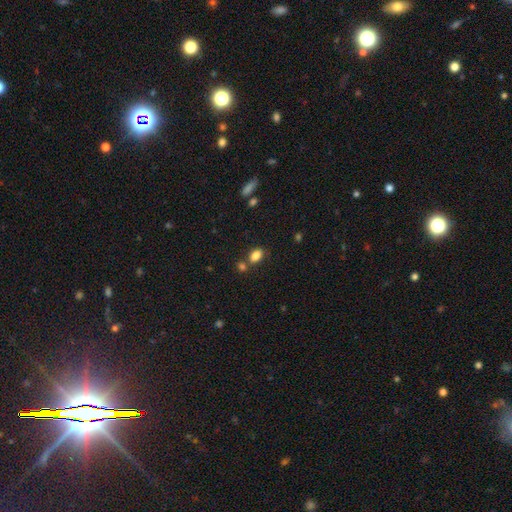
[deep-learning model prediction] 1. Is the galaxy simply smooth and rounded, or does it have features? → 84% smooth, 10% star or artifact, 6% featured or disk.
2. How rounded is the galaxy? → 83% in between, 15% round, 2% cigar-shaped.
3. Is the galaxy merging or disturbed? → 64% none, 20% merger, 12% minor disturbance, 4% major disturbance.